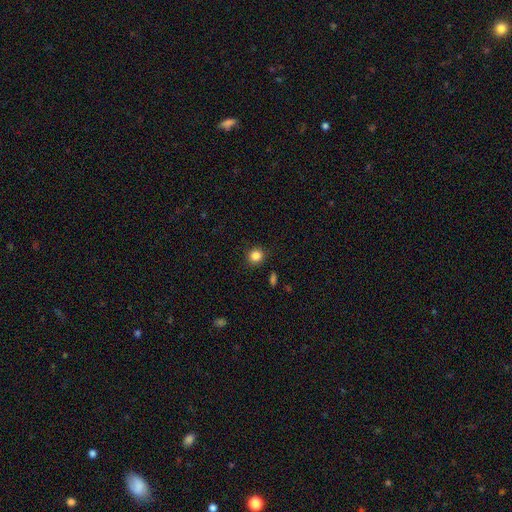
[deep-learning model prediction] A smooth galaxy with no disk features (85%) that is round (90%).

Vote fractions:
- Smooth or featured? smooth: 85% / star or artifact: 11% / featured or disk: 4%
- How rounded? round: 90% / in between: 9% / cigar-shaped: 1%
- Merging? none: 91% / minor disturbance: 6% / major disturbance: 2% / merger: 1%